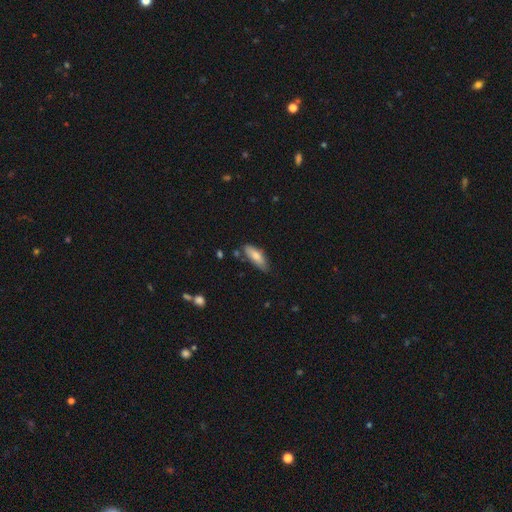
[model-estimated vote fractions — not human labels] Morphology: type=smooth (75%); roundness=in between (63%); merging=none (70%).